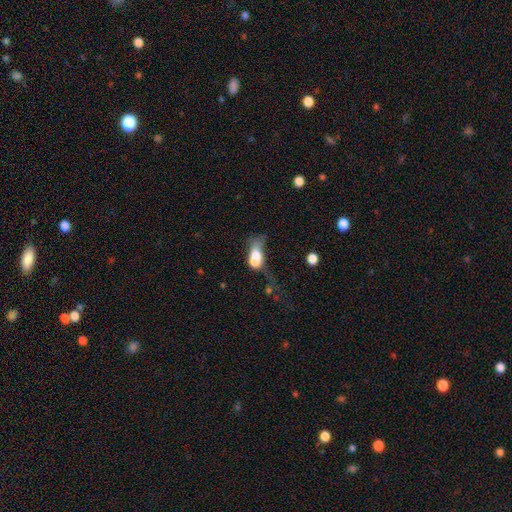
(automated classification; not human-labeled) A smooth galaxy with no disk features (63%) that is in between round and cigar-shaped (75%). Merging: merger (53%).